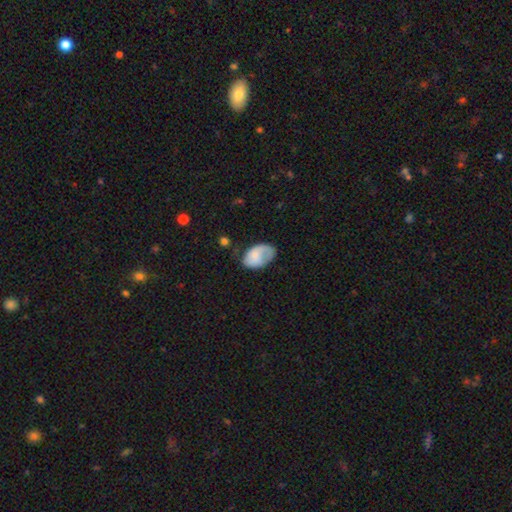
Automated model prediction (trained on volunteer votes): Smooth or featured?
  - smooth: 69% *
  - featured or disk: 24%
  - star or artifact: 7%
How rounded?
  - in between: 90% *
  - round: 9%
  - cigar-shaped: 1%
Merging?
  - none: 43% *
  - minor disturbance: 34%
  - major disturbance: 20%
  - merger: 3%